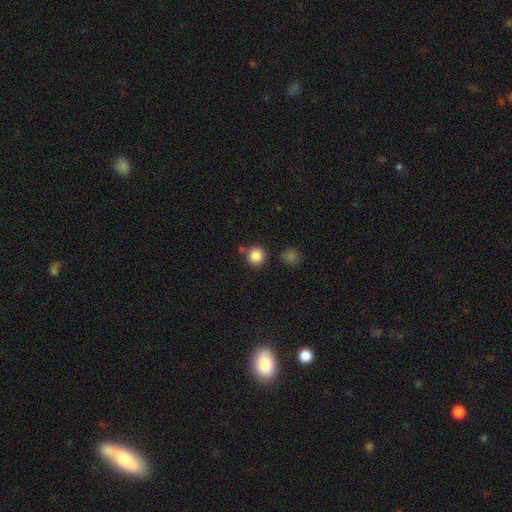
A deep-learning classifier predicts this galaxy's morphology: type=smooth (86%); roundness=round (93%); merging=none (79%).